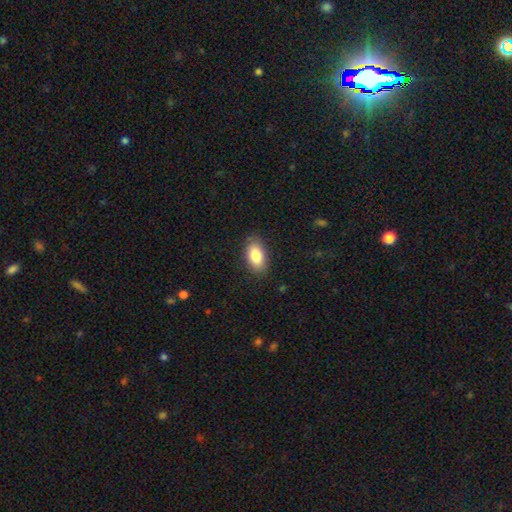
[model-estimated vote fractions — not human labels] This is clearly a smooth galaxy (84%). How rounded: clearly in between (92%). Merging: clearly none (85%).